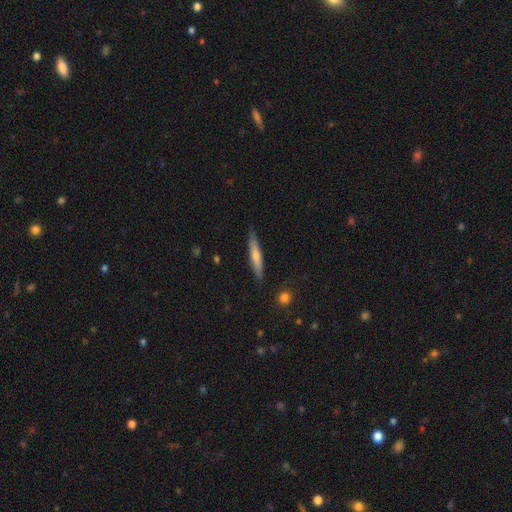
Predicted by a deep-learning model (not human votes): The model was most divided on "smooth or featured": featured or disk: 48%, smooth: 45%, star or artifact: 7%. More confident: merging — none (89%).